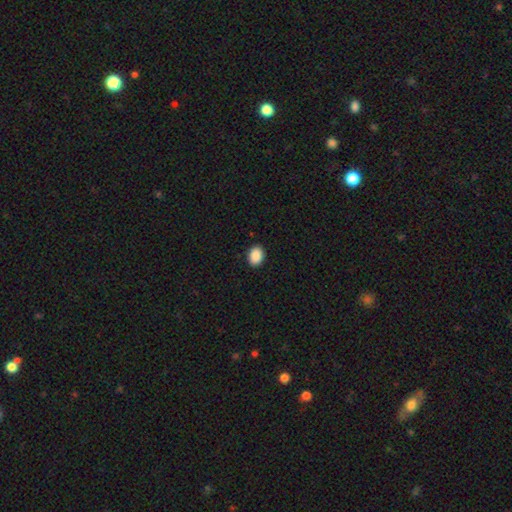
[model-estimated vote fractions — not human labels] smooth_or_featured: smooth (p=0.90) [alt: star or artifact p=0.08]
how_rounded: in between (p=0.75) [alt: round p=0.24]
merging: none (p=0.91) [alt: minor disturbance p=0.07]